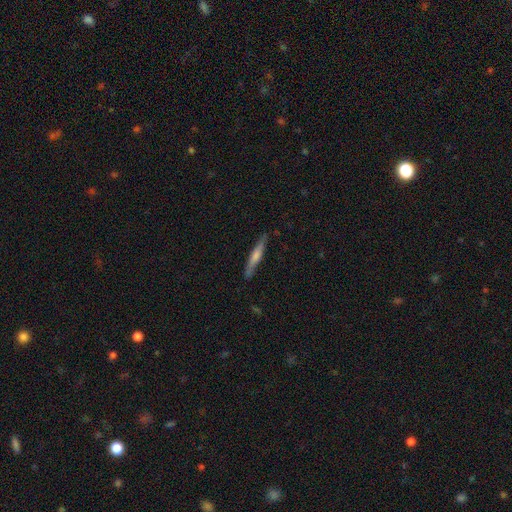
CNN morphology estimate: Q: Smooth or featured?
A: featured or disk (53%); runner-up: smooth (41%)
Q: Edge-on disk?
A: yes (95%); runner-up: no (5%)
Q: Edge-on bulge?
A: rounded (55%); runner-up: none (24%)
Q: Merging?
A: none (86%); runner-up: minor disturbance (10%)